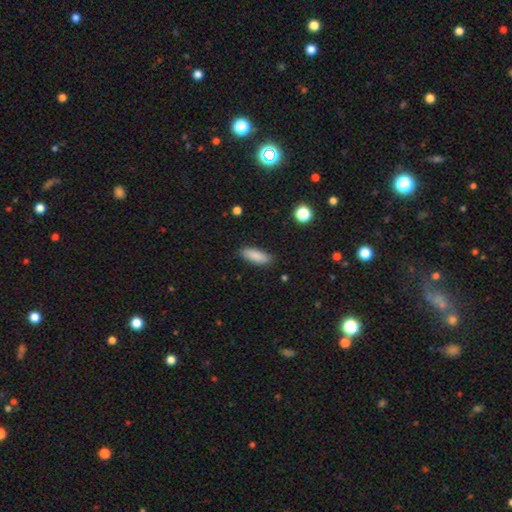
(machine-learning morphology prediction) Q: Smooth or featured?
A: smooth (88%); runner-up: star or artifact (7%)
Q: How rounded?
A: in between (65%); runner-up: cigar-shaped (33%)
Q: Merging?
A: none (87%); runner-up: minor disturbance (9%)